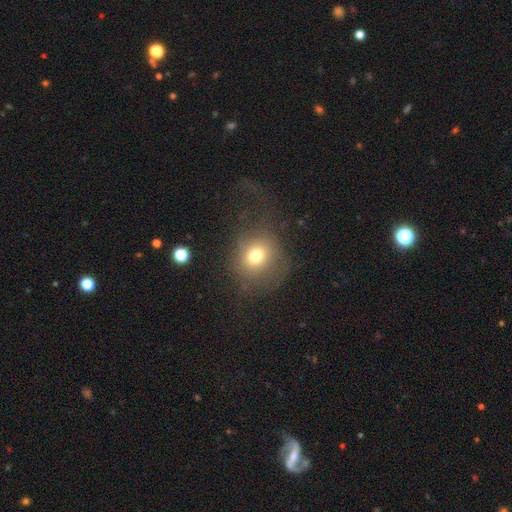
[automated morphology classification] A smooth galaxy with no disk features (73%) that is round (78%). Merging: none (57%).